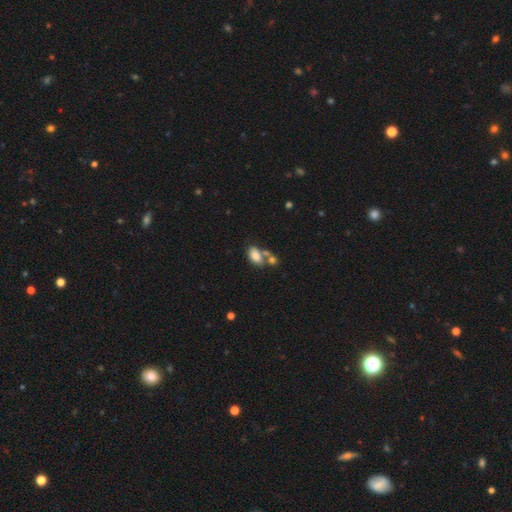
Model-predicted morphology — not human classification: Smooth or featured? smooth (79%)
How rounded? in between (90%)
Merging? merger (42%)